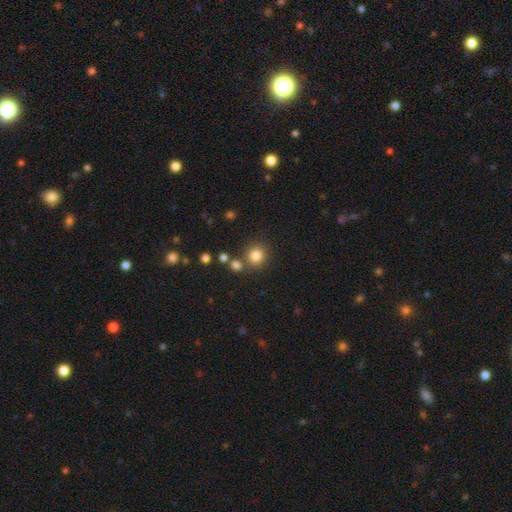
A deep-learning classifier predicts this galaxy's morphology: Overall: smooth (82%). How rounded: round (89%). Merging: none (77%).